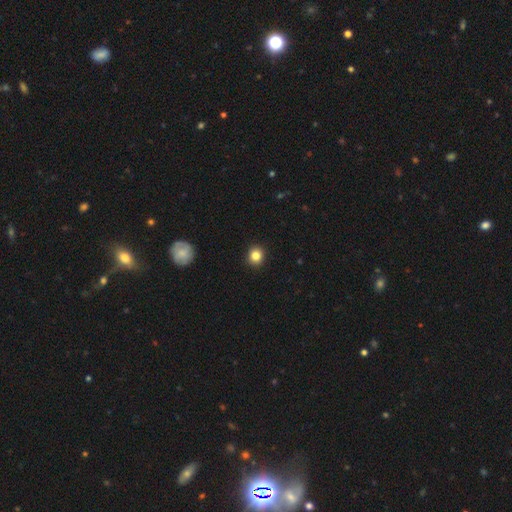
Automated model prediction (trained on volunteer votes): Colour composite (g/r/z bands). It shows a smooth galaxy with no disk features (85%) that is round (86%). Merging: none (93%).